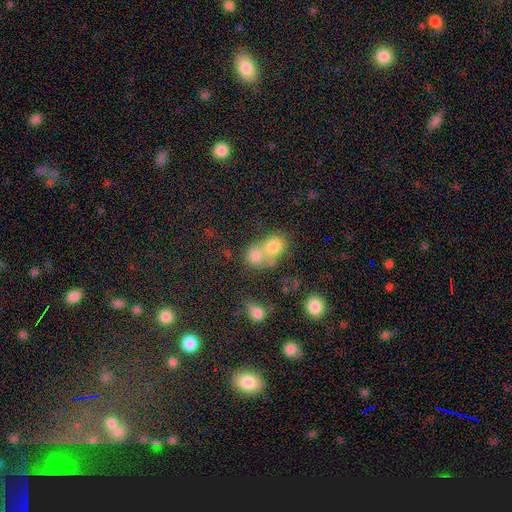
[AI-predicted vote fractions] Overall: smooth (75%). How rounded: round (68%; in between 31%). Merging: merger (64%; none 27%).